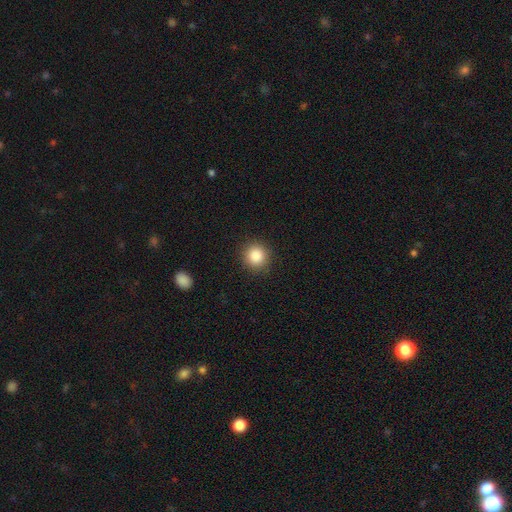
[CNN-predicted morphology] Smooth or featured?
  - smooth: 86% *
  - star or artifact: 10%
  - featured or disk: 5%
How rounded?
  - round: 92% *
  - in between: 7%
  - cigar-shaped: 1%
Merging?
  - none: 91% *
  - minor disturbance: 6%
  - major disturbance: 2%
  - merger: 1%